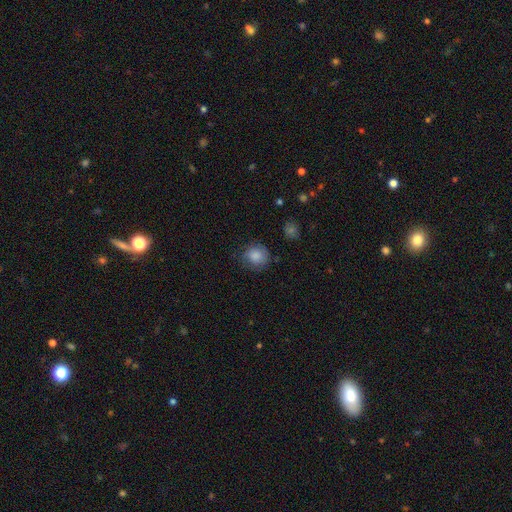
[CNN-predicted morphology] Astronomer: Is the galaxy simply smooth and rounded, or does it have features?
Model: smooth — 84%.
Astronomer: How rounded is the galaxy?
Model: round — 85%.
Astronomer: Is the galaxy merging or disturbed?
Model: none — 72%.